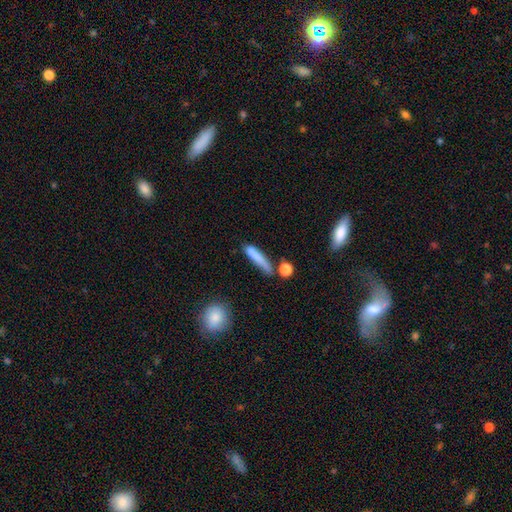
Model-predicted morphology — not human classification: The model was most divided on "merging": none: 53%, minor disturbance: 24%, merger: 12%, major disturbance: 11%. More confident: how rounded — cigar-shaped (85%); smooth or featured — smooth (75%).